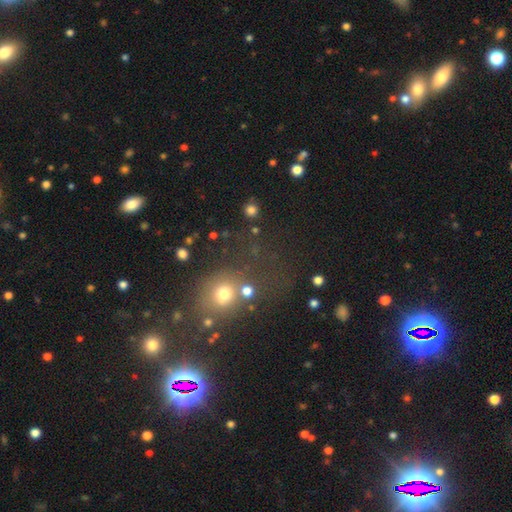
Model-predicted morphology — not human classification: type=star or artifact (48%).